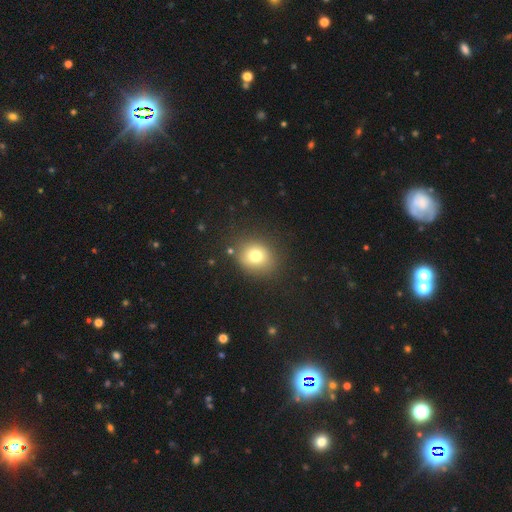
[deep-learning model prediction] A smooth galaxy with no disk features (75%) that is round (74%). Merging: none (83%).